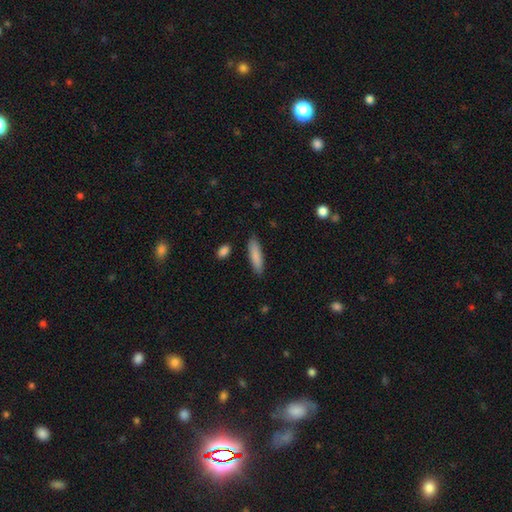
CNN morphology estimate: smooth_or_featured: smooth (p=0.86) [alt: featured or disk p=0.08]
how_rounded: cigar-shaped (p=0.66) [alt: in between p=0.32]
merging: none (p=0.87) [alt: minor disturbance p=0.09]